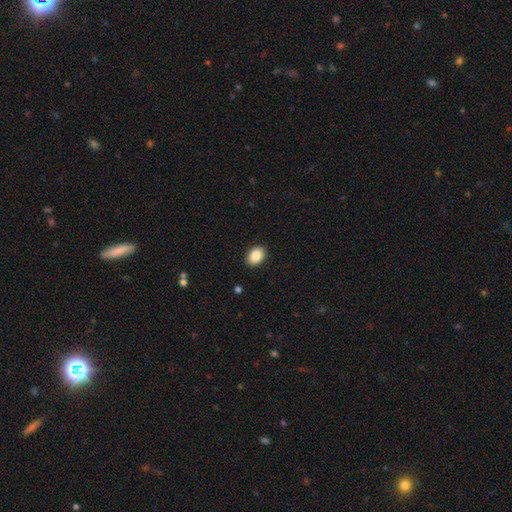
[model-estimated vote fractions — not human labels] smooth-or-featured: smooth: 87% | star or artifact: 8% | featured or disk: 5%
  how-rounded: in between: 78% | round: 21% | cigar-shaped: 1%
  merging: none: 90% | minor disturbance: 7% | major disturbance: 2% | merger: 1%